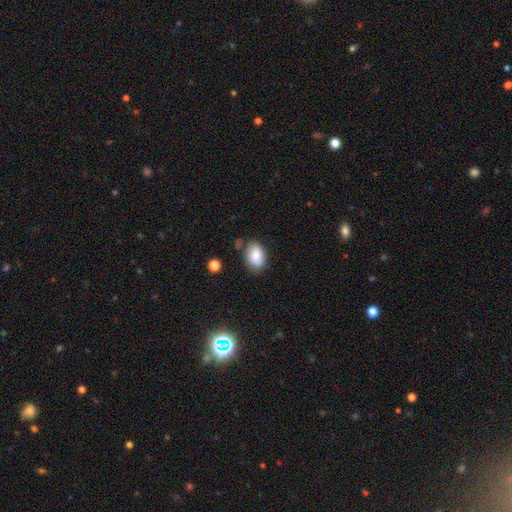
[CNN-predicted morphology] Smooth or featured: smooth — 83% (featured or disk — 9%)
How rounded: in between — 87% (round — 12%)
Merging: none — 70% (minor disturbance — 21%)